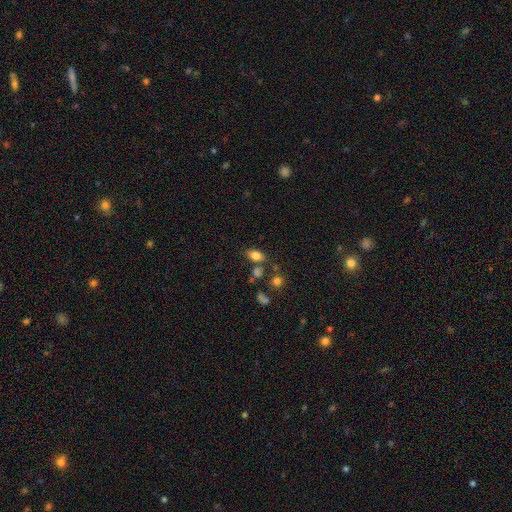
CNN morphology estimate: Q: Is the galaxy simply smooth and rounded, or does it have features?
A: smooth — 80%.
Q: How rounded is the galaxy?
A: in between — 85%.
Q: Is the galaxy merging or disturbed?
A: none — 68%.